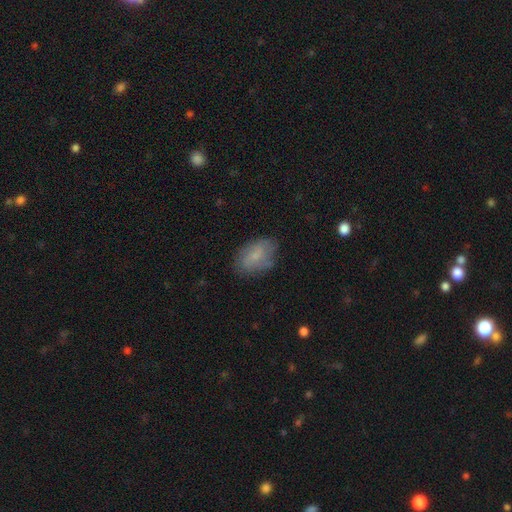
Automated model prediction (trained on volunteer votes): A smooth galaxy with no disk features (66%) that is in between round and cigar-shaped (89%). Merging: none (73%).